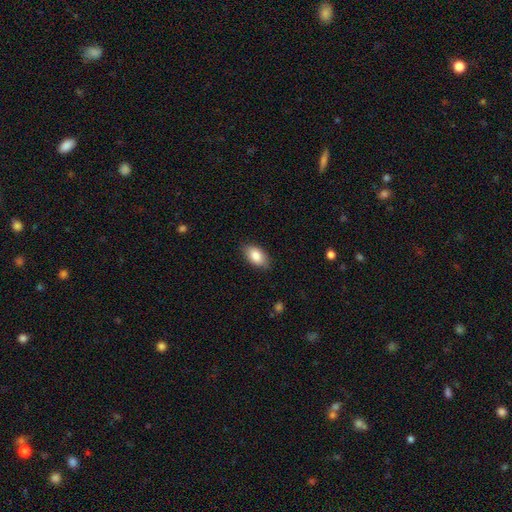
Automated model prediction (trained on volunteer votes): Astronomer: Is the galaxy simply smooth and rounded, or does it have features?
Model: smooth — 86%.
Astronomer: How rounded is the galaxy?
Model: in between — 93%.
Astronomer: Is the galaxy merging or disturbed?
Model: none — 85%.